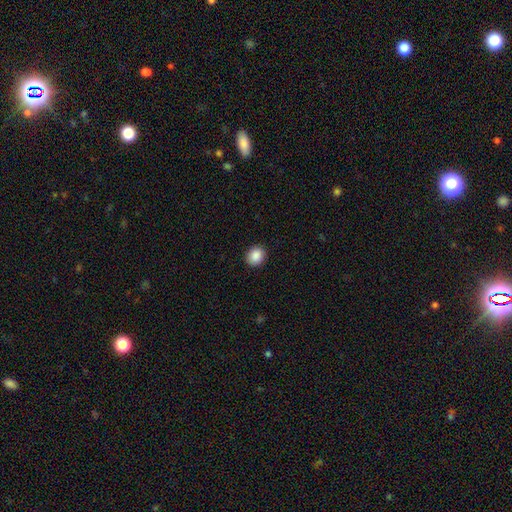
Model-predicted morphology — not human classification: This appears to be a smooth galaxy with no disk features (89%) that is round (68%). Merging: none (91%).